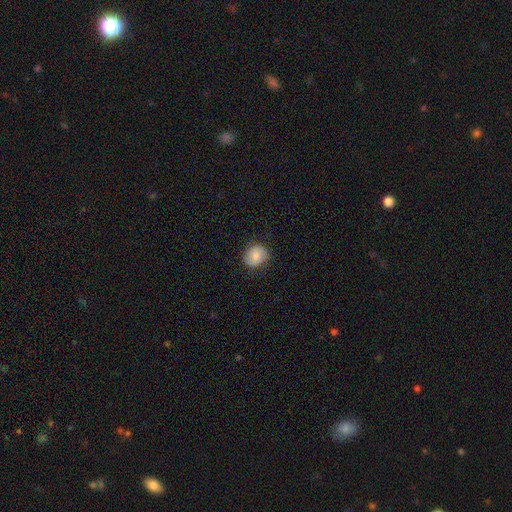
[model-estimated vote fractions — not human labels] Smooth or featured: smooth — 78% (featured or disk — 14%)
How rounded: round — 76% (in between — 23%)
Merging: none — 81% (minor disturbance — 14%)